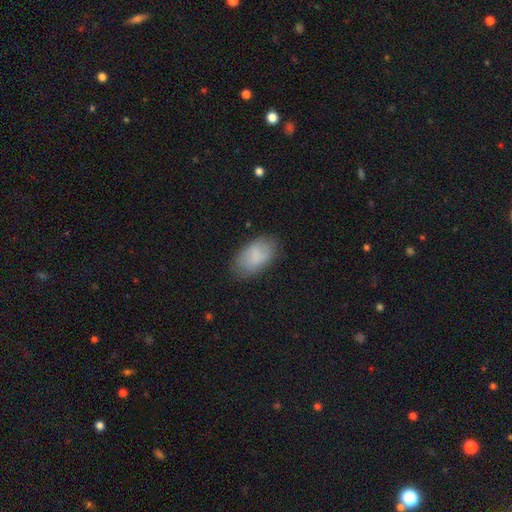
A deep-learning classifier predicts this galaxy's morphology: smooth_or_featured: smooth (p=0.81) [alt: featured or disk p=0.12]
how_rounded: in between (p=0.94) [alt: round p=0.04]
merging: none (p=0.78) [alt: minor disturbance p=0.17]